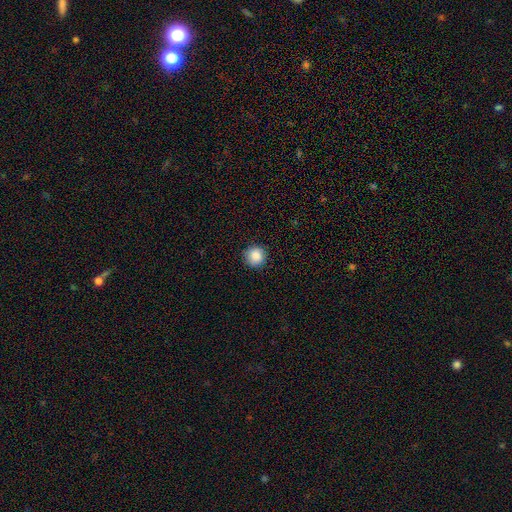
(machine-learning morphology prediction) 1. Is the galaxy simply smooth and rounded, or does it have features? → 87% smooth, 9% star or artifact, 4% featured or disk.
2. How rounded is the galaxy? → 94% round, 5% in between, 1% cigar-shaped.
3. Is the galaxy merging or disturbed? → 89% none, 8% minor disturbance, 2% major disturbance, 1% merger.